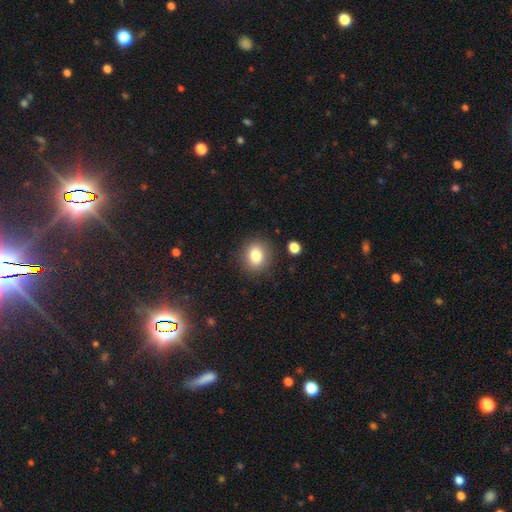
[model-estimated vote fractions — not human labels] Overall: smooth (80%). How rounded: round (76%). Merging: none (87%).